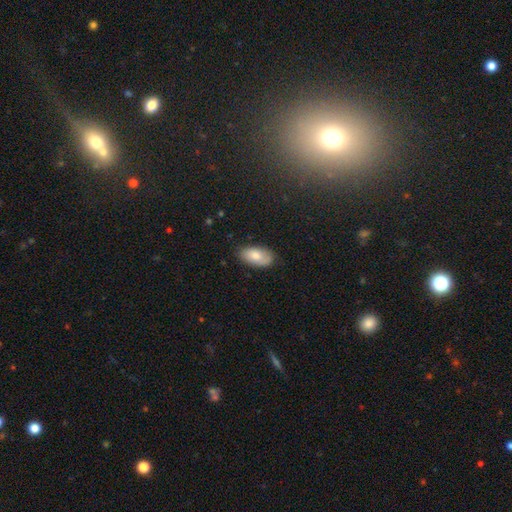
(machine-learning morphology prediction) This is likely a smooth galaxy (78%). How rounded: clearly in between (94%). Merging: likely none (77%).